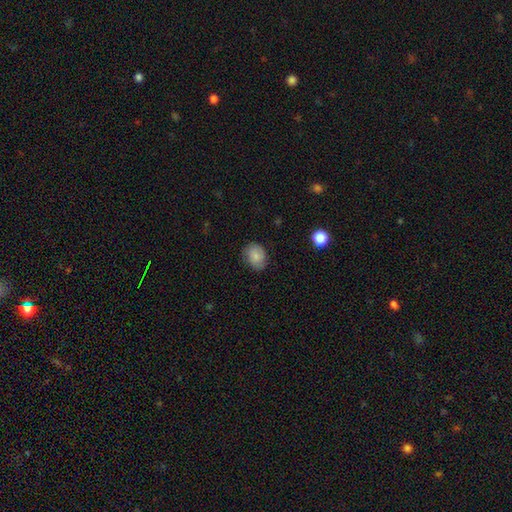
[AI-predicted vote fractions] This is clearly a smooth galaxy (81%). How rounded: possibly in between (55%). Merging: likely none (77%).